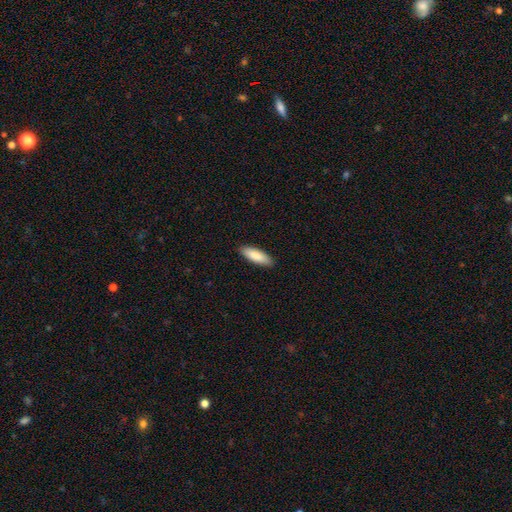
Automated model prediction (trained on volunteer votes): The model was most divided on "how rounded": in between: 56%, cigar-shaped: 42%, round: 1%. More confident: merging — none (90%); smooth or featured — smooth (85%).